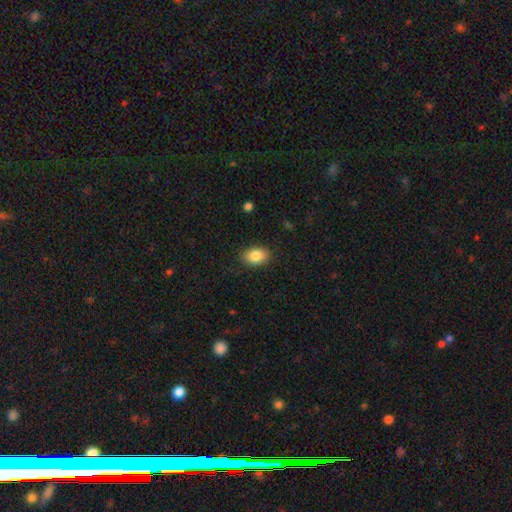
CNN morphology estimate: Q: Smooth or featured?
A: smooth (86%); runner-up: star or artifact (8%)
Q: How rounded?
A: in between (78%); runner-up: round (21%)
Q: Merging?
A: none (86%); runner-up: minor disturbance (10%)